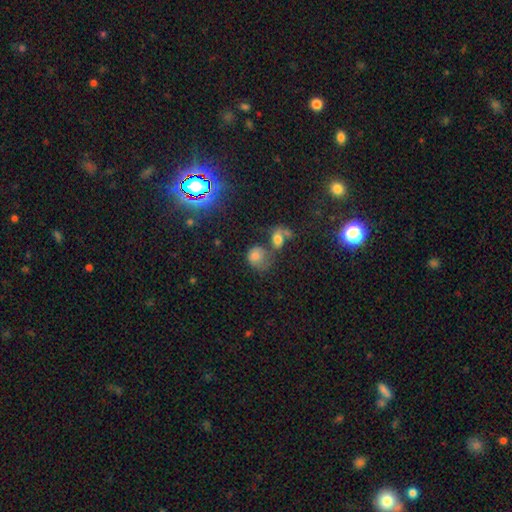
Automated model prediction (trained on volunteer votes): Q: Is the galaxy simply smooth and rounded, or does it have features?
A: smooth — 68%.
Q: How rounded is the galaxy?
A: round — 67%.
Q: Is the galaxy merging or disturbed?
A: merger — 37%.